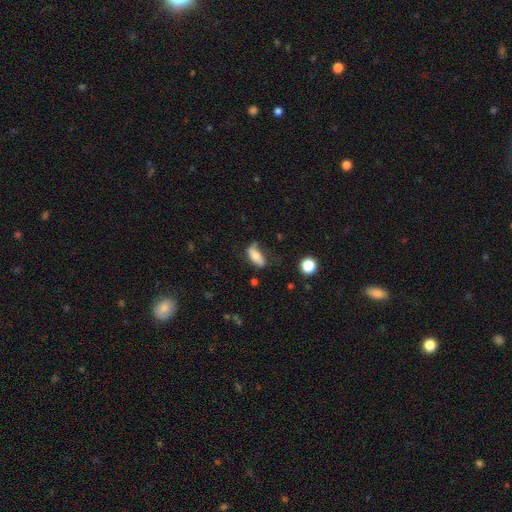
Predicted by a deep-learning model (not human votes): Morphology: type=smooth (68%); roundness=in between (82%); merging=none (53%).